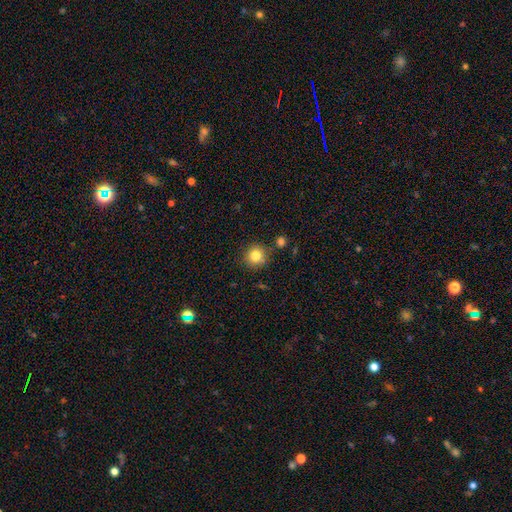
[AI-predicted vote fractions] Smooth or featured: smooth — 82% (star or artifact — 11%)
How rounded: round — 93% (in between — 6%)
Merging: none — 85% (minor disturbance — 8%)